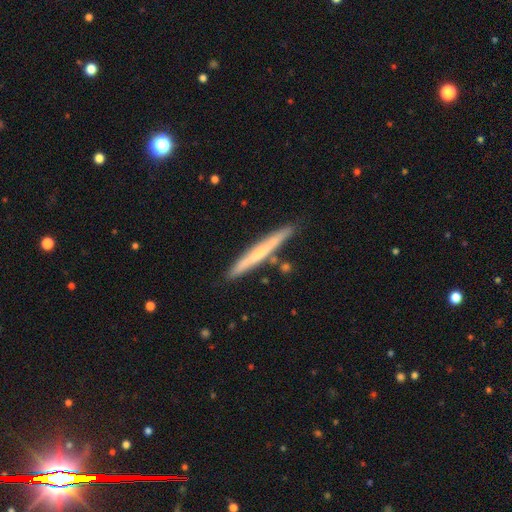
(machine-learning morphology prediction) type=featured or disk (48%); merging=none (87%).